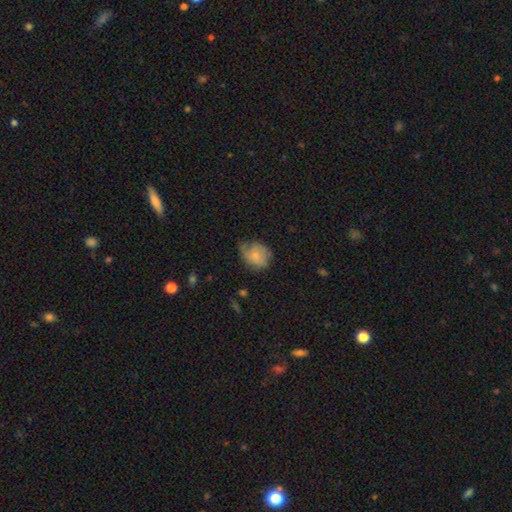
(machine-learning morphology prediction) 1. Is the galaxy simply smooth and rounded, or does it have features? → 71% smooth, 21% featured or disk, 8% star or artifact.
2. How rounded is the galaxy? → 54% round, 45% in between, 1% cigar-shaped.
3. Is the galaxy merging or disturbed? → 49% none, 37% minor disturbance, 12% major disturbance, 2% merger.